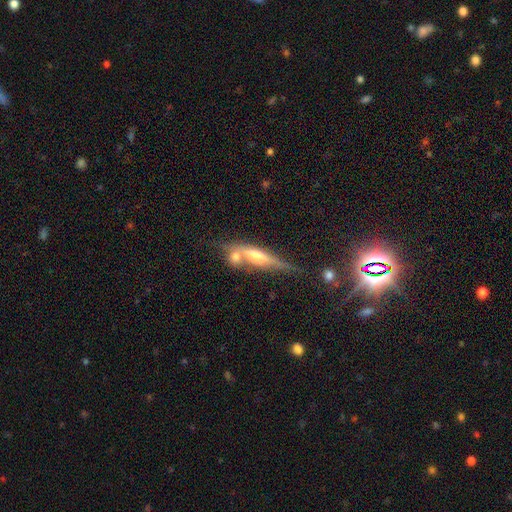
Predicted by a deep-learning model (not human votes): Smooth or featured?
  - featured or disk: 54% *
  - smooth: 36%
  - star or artifact: 10%
Edge-on disk?
  - yes: 86% *
  - no: 14%
Merging?
  - none: 47% *
  - merger: 30%
  - minor disturbance: 16%
  - major disturbance: 7%